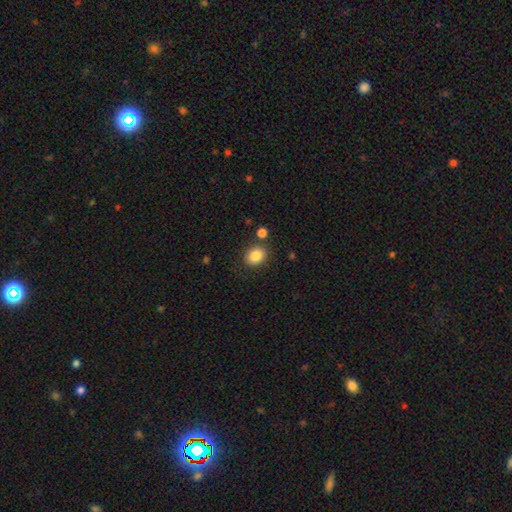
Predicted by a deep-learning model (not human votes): smooth_or_featured: smooth (p=0.85) [alt: star or artifact p=0.09]
how_rounded: round (p=0.50) [alt: in between p=0.49]
merging: none (p=0.81) [alt: minor disturbance p=0.10]